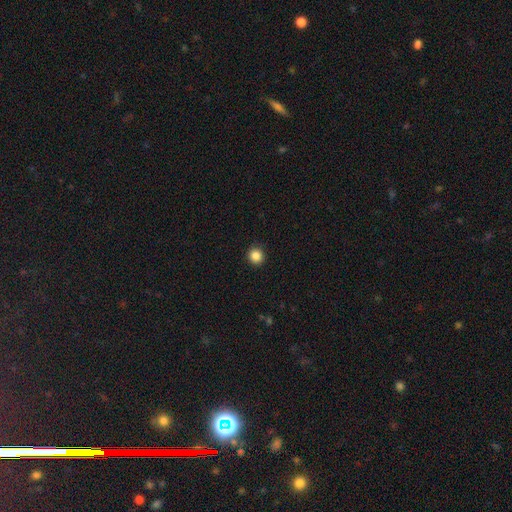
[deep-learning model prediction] This appears to be a smooth galaxy with no disk features (86%) that is round (93%). Merging: none (92%).